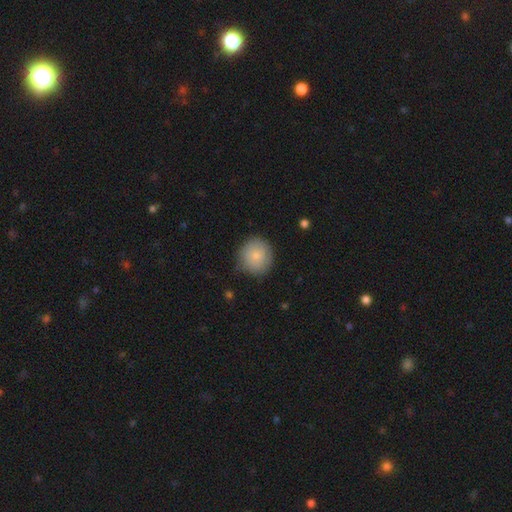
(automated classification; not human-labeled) This appears to be a smooth galaxy with no disk features (79%) that is round (91%). Merging: none (78%).